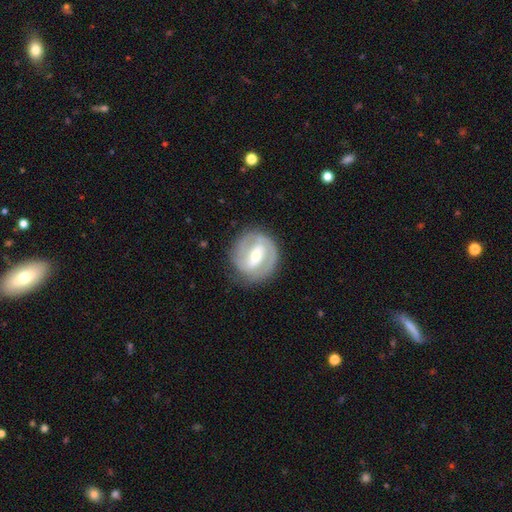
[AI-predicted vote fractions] featured or disk 78%, smooth 17%, star or artifact 5%. Down the decision tree: edge-on disk — no (97%); bar — strong (47%); spiral arms — yes (85%); spiral arm count — 2 (77%); spiral winding — tight (53%); bulge size — moderate (55%); merging — none (80%).